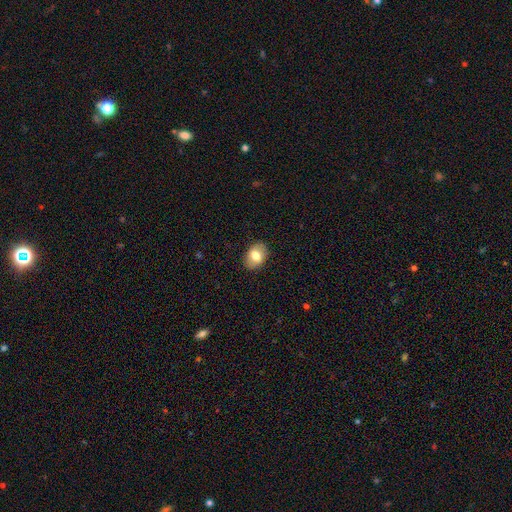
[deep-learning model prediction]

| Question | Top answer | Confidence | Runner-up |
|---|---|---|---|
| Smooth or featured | smooth | 74% | featured or disk (19%) |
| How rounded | in between | 79% | round (20%) |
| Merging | none | 88% | minor disturbance (9%) |